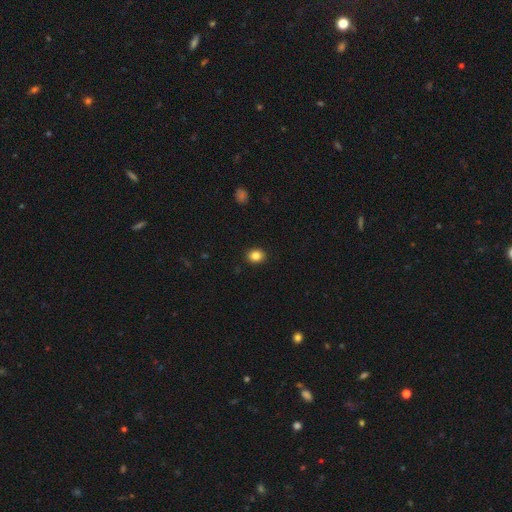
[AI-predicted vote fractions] This is clearly a smooth galaxy (85%). How rounded: likely round (62%). Merging: clearly none (91%).